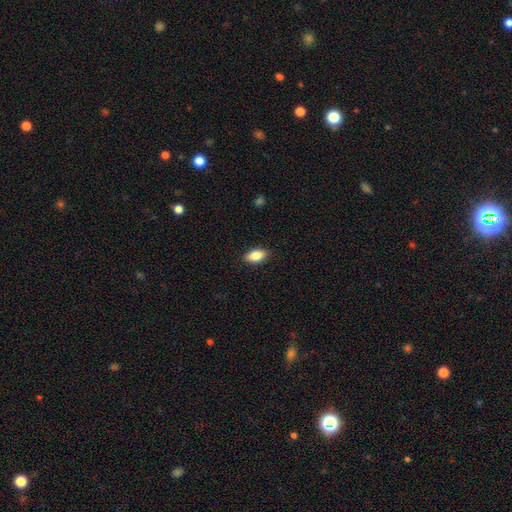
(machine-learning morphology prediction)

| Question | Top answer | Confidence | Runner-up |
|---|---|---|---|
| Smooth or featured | smooth | 84% | featured or disk (9%) |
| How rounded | in between | 90% | round (5%) |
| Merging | none | 88% | minor disturbance (9%) |